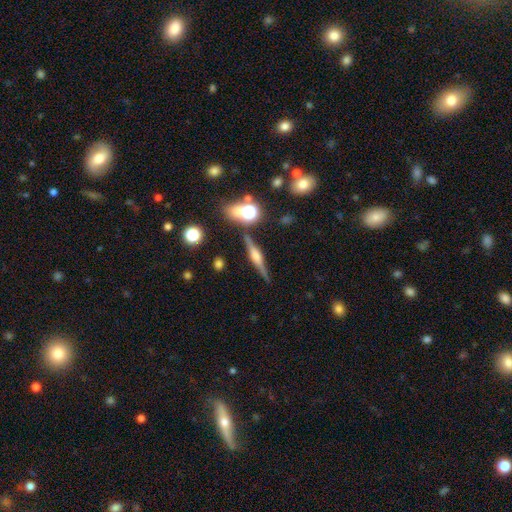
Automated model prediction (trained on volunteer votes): This is likely a featured or disk galaxy (72%). It is clearly viewed edge-on (97%). Edge-on bulge: clearly rounded (82%). Merging: clearly none (84%).